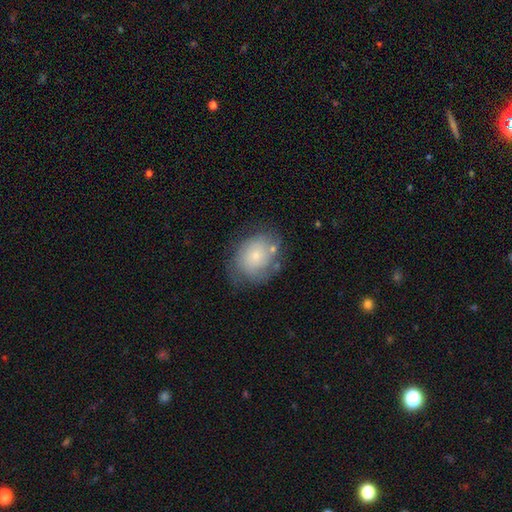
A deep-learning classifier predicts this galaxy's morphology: This appears to be a smooth galaxy with no disk features (54%) that is in between round and cigar-shaped (52%). Merging: none (62%).